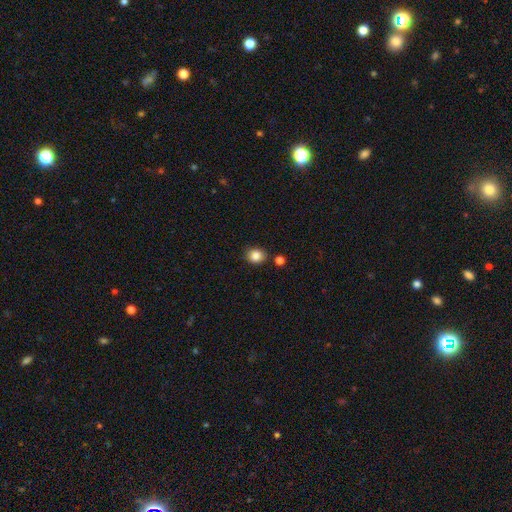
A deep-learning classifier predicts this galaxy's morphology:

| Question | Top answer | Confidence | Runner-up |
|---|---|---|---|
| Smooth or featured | smooth | 85% | star or artifact (10%) |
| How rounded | round | 64% | in between (35%) |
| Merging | none | 81% | minor disturbance (11%) |